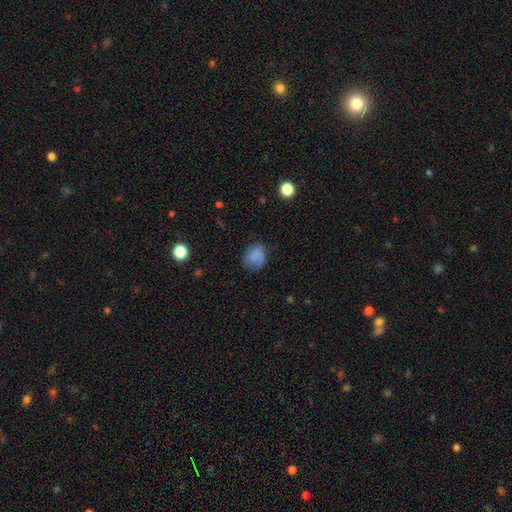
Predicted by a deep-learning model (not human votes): smooth_or_featured: smooth (p=0.77) [alt: featured or disk p=0.13]
how_rounded: in between (p=0.53) [alt: round p=0.46]
merging: none (p=0.69) [alt: minor disturbance p=0.23]